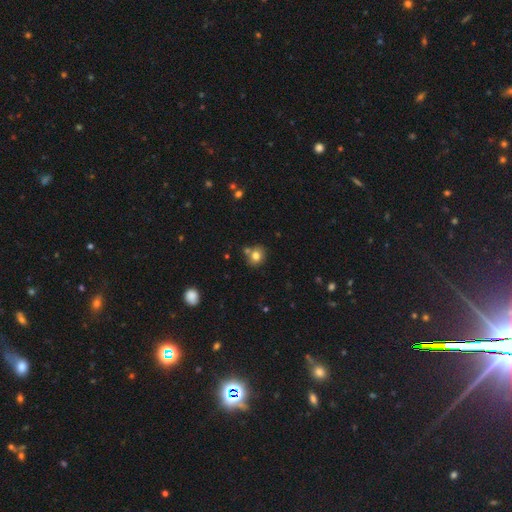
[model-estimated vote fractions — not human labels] This is likely a smooth galaxy (79%). How rounded: likely round (74%). Merging: likely none (67%).